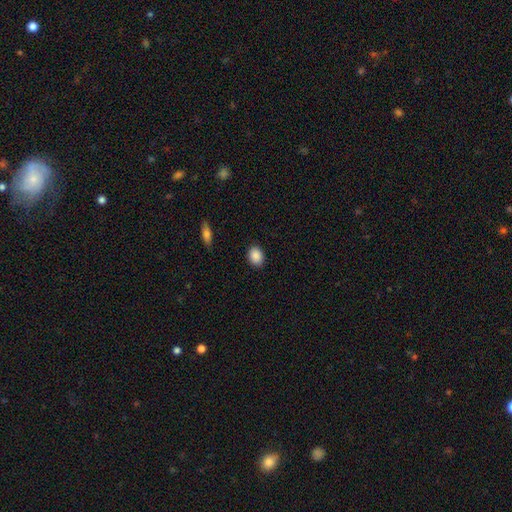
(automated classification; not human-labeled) The model was most divided on "how rounded": in between: 58%, round: 40%, cigar-shaped: 1%. More confident: smooth or featured — smooth (89%); merging — none (88%).